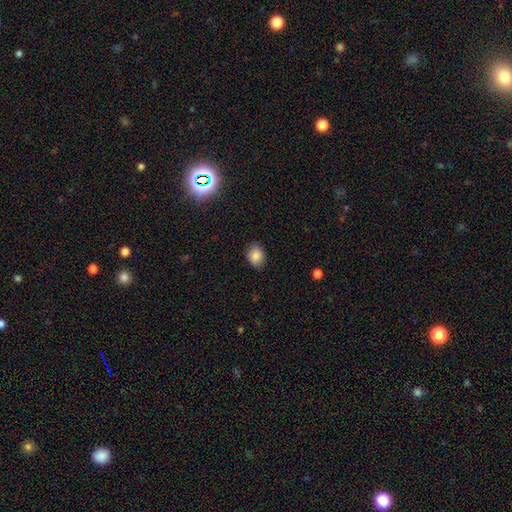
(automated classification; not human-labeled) This appears to be a smooth galaxy with no disk features (84%) that is in between round and cigar-shaped (56%). Merging: none (85%).